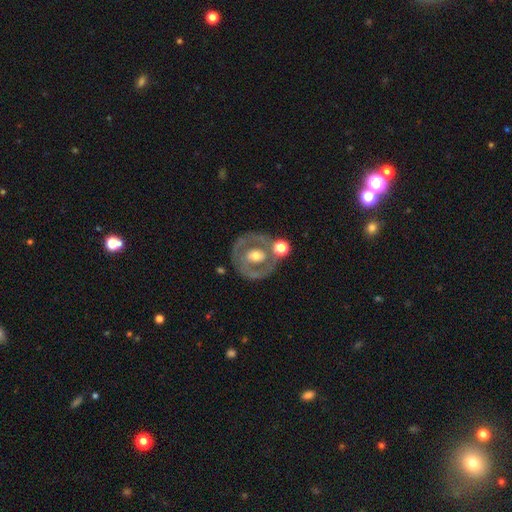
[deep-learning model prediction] Smooth or featured? featured or disk (67%)
Edge-on disk? no (96%)
Bar? no (66%)
Spiral arms? no (68%)
Bulge size? moderate (68%)
Merging? none (66%)